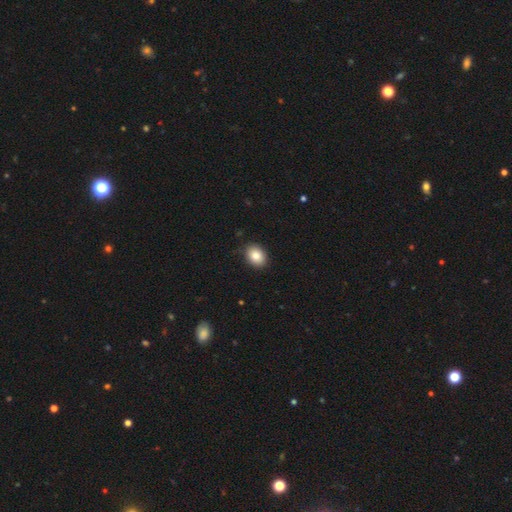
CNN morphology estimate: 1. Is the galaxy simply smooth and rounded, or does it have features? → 84% smooth, 9% star or artifact, 8% featured or disk.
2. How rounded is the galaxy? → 61% in between, 38% round, 1% cigar-shaped.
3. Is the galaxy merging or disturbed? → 87% none, 10% minor disturbance, 2% major disturbance, 1% merger.